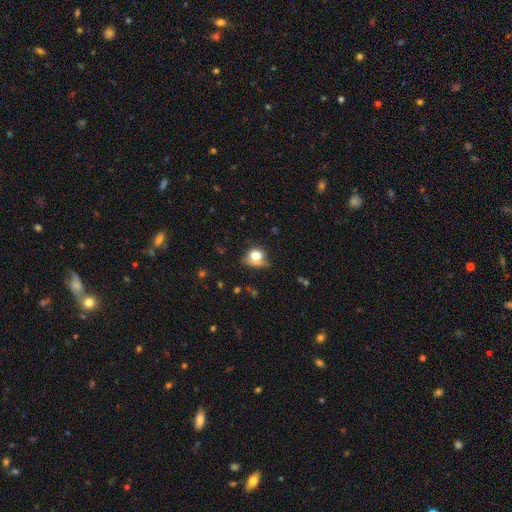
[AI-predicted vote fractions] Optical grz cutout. It shows a smooth galaxy with no disk features (73%) that is round (61%). Merging: none (41%).